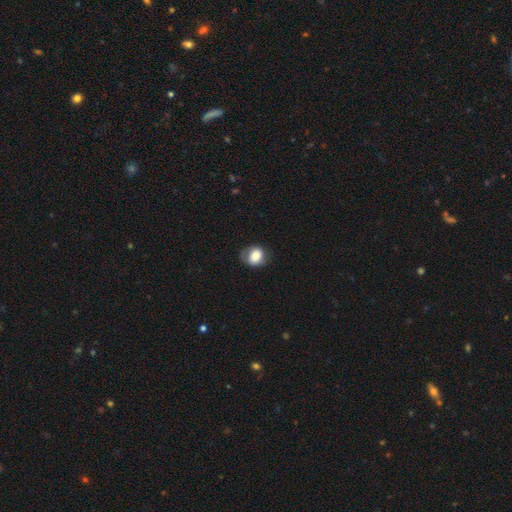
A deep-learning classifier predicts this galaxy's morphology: A smooth galaxy with no disk features (76%) that is round (58%).

Vote fractions:
- Smooth or featured? smooth: 76% / featured or disk: 16% / star or artifact: 8%
- How rounded? round: 58% / in between: 41% / cigar-shaped: 1%
- Merging? none: 60% / minor disturbance: 27% / major disturbance: 12% / merger: 1%